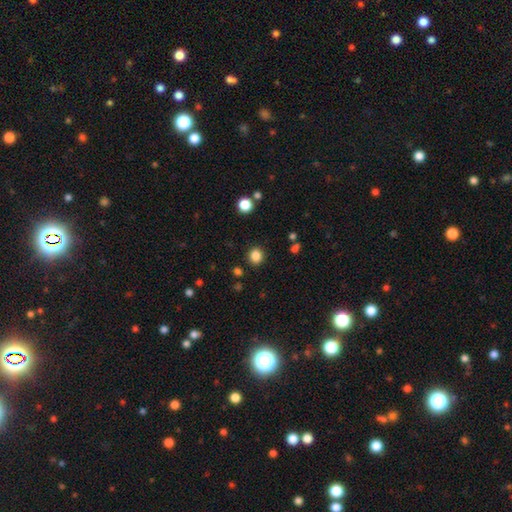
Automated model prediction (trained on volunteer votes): Smooth or featured?
  - smooth: 85% *
  - star or artifact: 12%
  - featured or disk: 3%
How rounded?
  - round: 81% *
  - in between: 18%
  - cigar-shaped: 1%
Merging?
  - none: 89% *
  - minor disturbance: 7%
  - major disturbance: 3%
  - merger: 2%